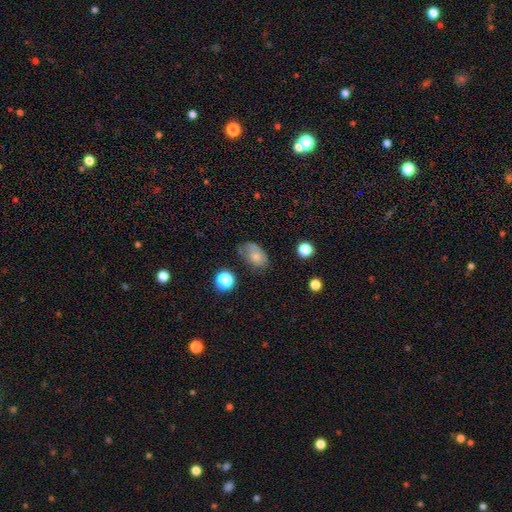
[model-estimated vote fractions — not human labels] Morphology: type=smooth (71%); roundness=in between (86%); merging=none (45%).